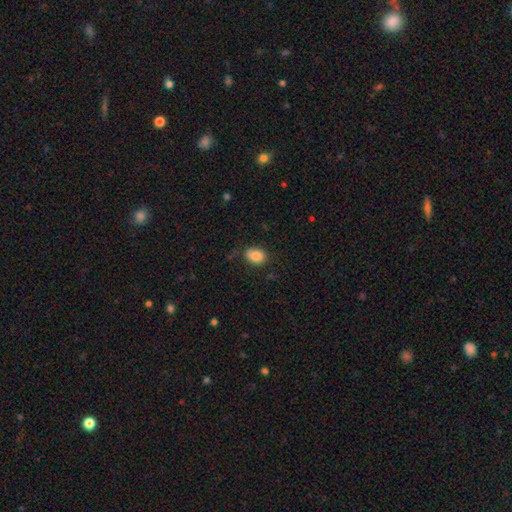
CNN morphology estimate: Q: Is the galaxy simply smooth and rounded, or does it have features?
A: smooth — 86%.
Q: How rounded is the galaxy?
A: in between — 70%.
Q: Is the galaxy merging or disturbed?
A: none — 76%.